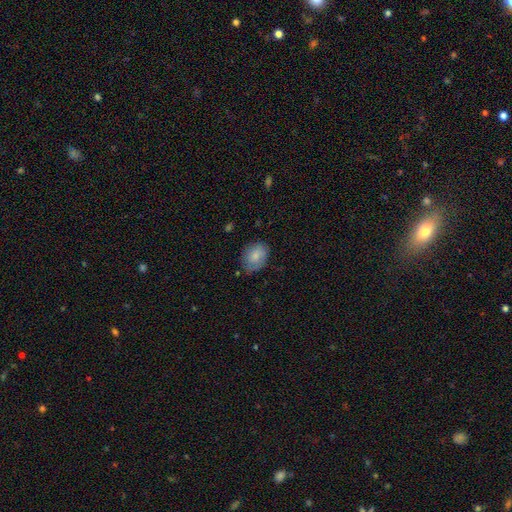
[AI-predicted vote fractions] A smooth galaxy with no disk features (80%) that is in between round and cigar-shaped (69%).

Vote fractions:
- Smooth or featured? smooth: 80% / featured or disk: 13% / star or artifact: 7%
- How rounded? in between: 69% / round: 29% / cigar-shaped: 1%
- Merging? none: 72% / minor disturbance: 22% / major disturbance: 5% / merger: 2%